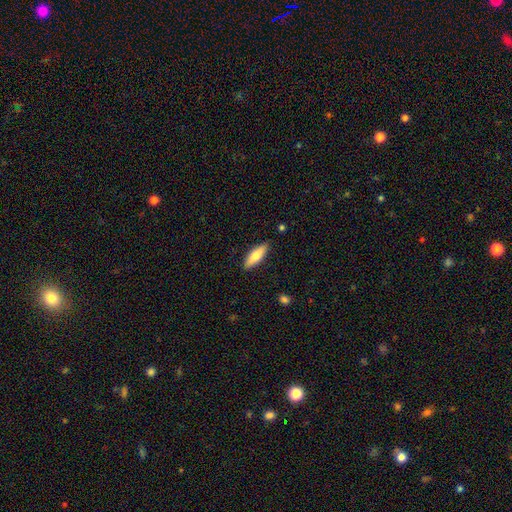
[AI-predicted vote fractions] smooth_or_featured: smooth (p=0.72) [alt: featured or disk p=0.22]
how_rounded: in between (p=0.54) [alt: cigar-shaped p=0.44]
merging: none (p=0.88) [alt: minor disturbance p=0.09]